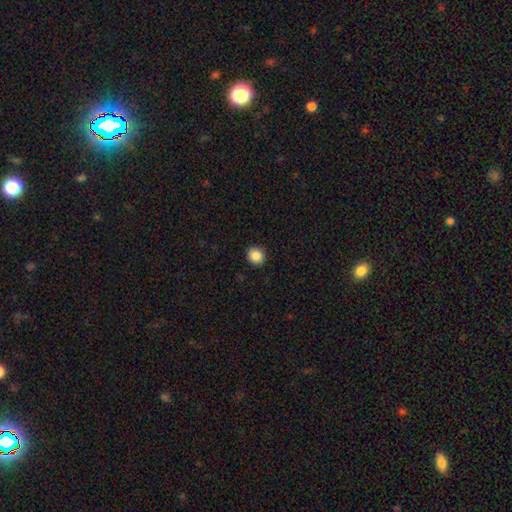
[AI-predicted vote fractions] Smooth or featured?
  - smooth: 87% *
  - star or artifact: 9%
  - featured or disk: 4%
How rounded?
  - round: 83% *
  - in between: 16%
  - cigar-shaped: 1%
Merging?
  - none: 92% *
  - minor disturbance: 6%
  - major disturbance: 2%
  - merger: 1%